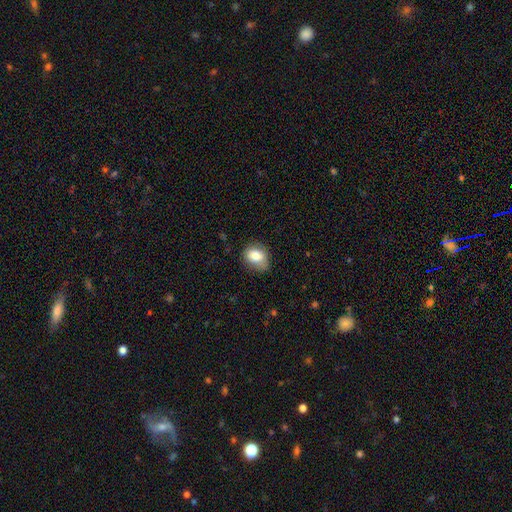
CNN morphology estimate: Q: Smooth or featured?
A: smooth (80%); runner-up: featured or disk (12%)
Q: How rounded?
A: in between (59%); runner-up: round (39%)
Q: Merging?
A: none (69%); runner-up: minor disturbance (24%)